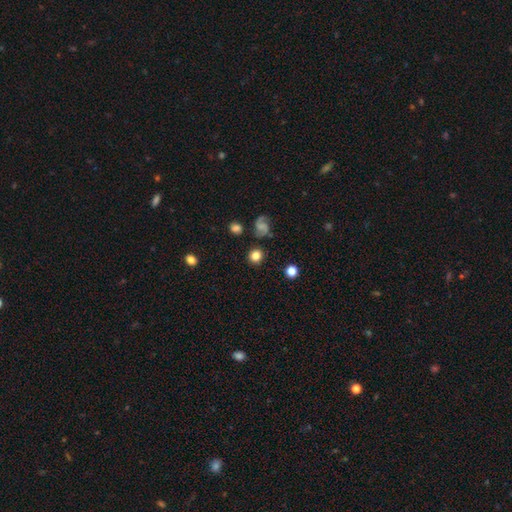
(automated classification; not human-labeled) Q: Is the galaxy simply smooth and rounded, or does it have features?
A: smooth — 78%.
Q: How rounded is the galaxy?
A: round — 89%.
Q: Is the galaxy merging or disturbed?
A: none — 83%.